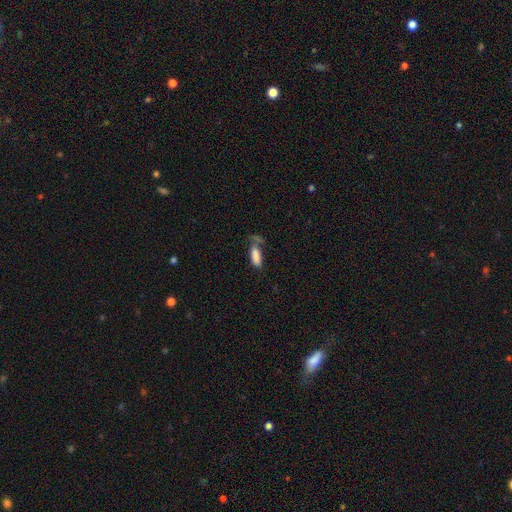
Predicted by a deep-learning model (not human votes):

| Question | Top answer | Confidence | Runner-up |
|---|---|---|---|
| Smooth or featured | smooth | 82% | featured or disk (9%) |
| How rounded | in between | 69% | cigar-shaped (29%) |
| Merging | none | 44% | minor disturbance (20%) |